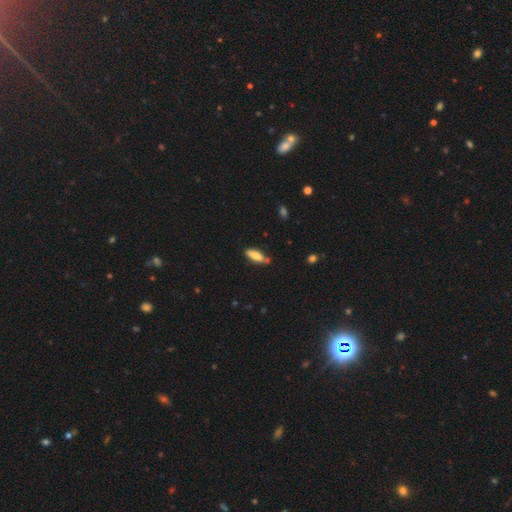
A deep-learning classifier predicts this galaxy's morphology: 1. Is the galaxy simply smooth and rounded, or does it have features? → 78% smooth, 15% featured or disk, 6% star or artifact.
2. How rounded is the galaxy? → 59% in between, 39% cigar-shaped, 2% round.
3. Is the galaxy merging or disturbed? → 70% none, 20% minor disturbance, 6% merger, 3% major disturbance.